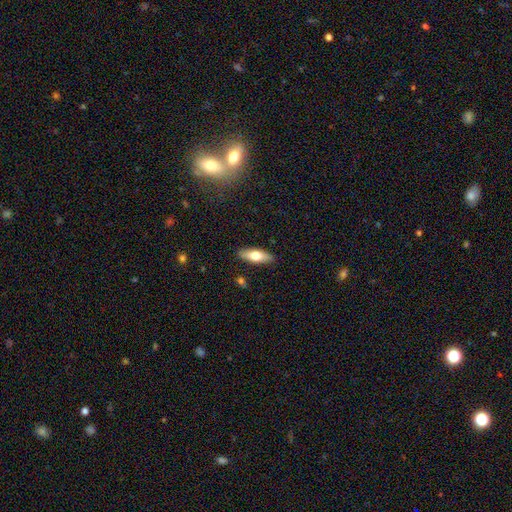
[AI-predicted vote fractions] Smooth or featured? smooth (68%)
How rounded? in between (61%)
Merging? none (89%)